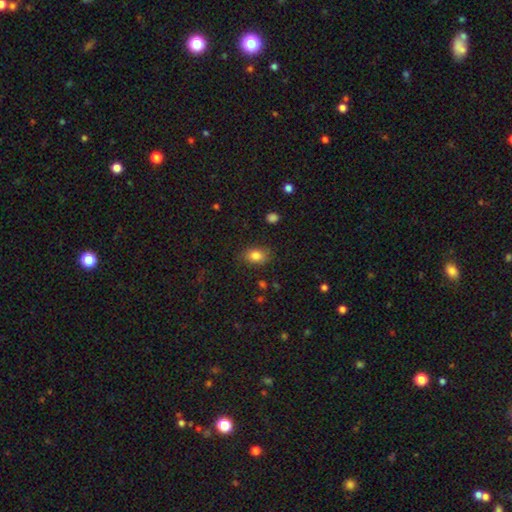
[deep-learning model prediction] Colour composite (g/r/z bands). It shows a smooth galaxy with no disk features (83%) that is in between round and cigar-shaped (76%). Merging: none (82%).